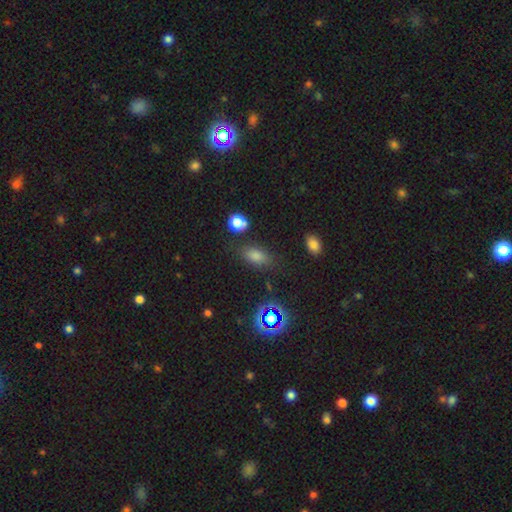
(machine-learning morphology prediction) smooth 72%, star or artifact 20%, featured or disk 8%. Down the decision tree: how rounded — in between (82%); merging — none (80%).